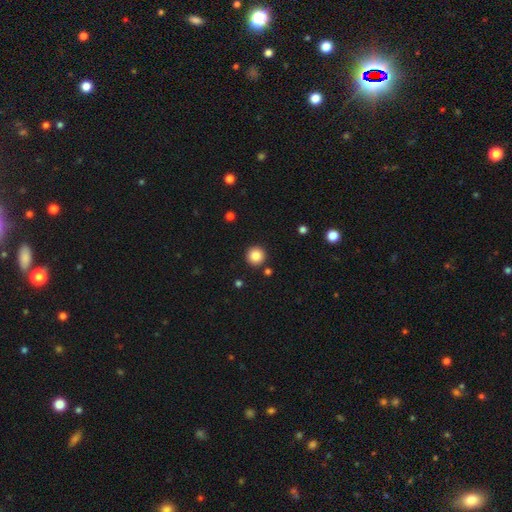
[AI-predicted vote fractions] Q: Smooth or featured?
A: smooth (86%); runner-up: star or artifact (10%)
Q: How rounded?
A: round (96%); runner-up: in between (3%)
Q: Merging?
A: none (91%); runner-up: minor disturbance (5%)